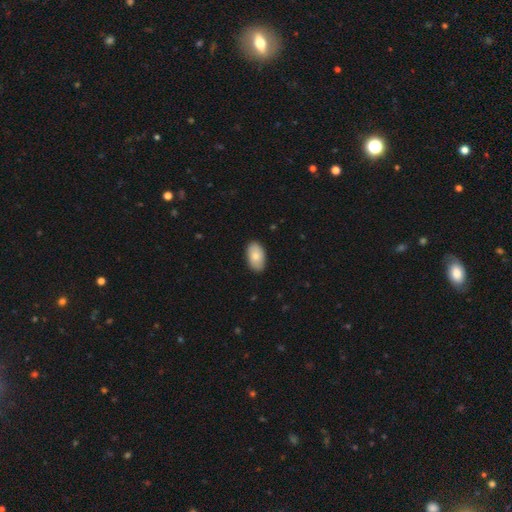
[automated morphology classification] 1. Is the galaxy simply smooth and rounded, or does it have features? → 80% smooth, 14% featured or disk, 6% star or artifact.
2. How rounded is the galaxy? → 94% in between, 4% round, 1% cigar-shaped.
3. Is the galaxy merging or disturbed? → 87% none, 10% minor disturbance, 2% major disturbance, 1% merger.